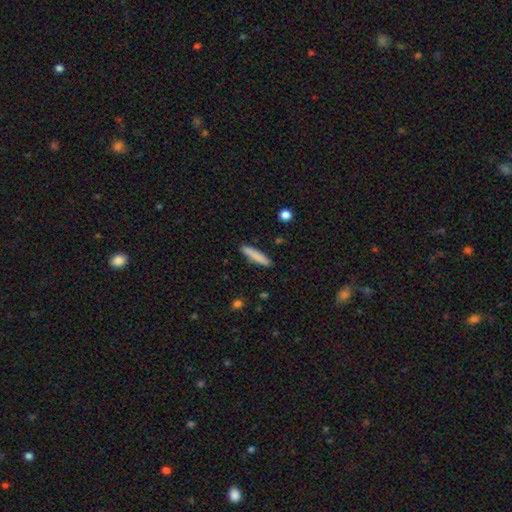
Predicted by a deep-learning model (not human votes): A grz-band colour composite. It shows a smooth galaxy with no disk features (84%) that is cigar-shaped (85%). Merging: none (88%).